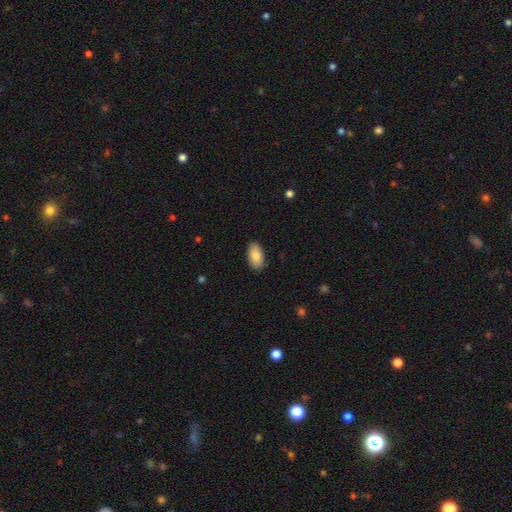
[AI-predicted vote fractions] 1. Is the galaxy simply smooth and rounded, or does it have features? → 87% smooth, 7% featured or disk, 6% star or artifact.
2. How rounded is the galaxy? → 95% in between, 3% round, 2% cigar-shaped.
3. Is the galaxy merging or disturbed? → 88% none, 9% minor disturbance, 2% major disturbance, 1% merger.